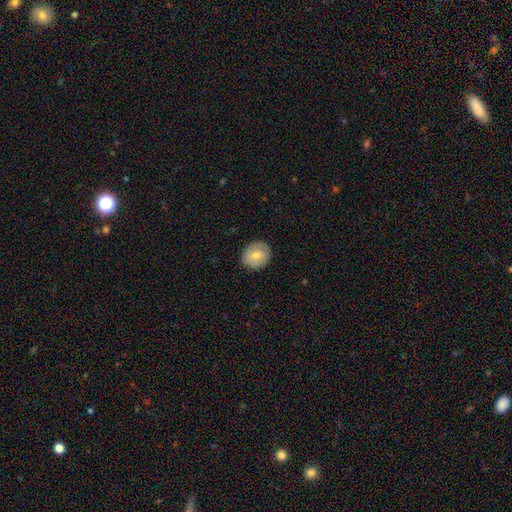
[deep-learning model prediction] This appears to be a smooth galaxy with no disk features (75%) that is round (78%). Merging: none (86%).